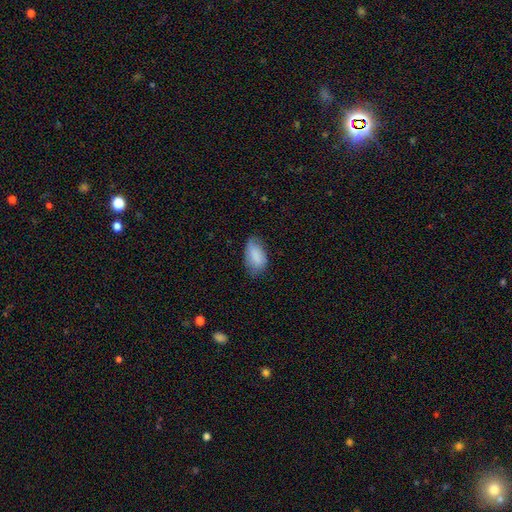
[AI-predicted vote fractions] Smooth or featured? smooth (83%)
How rounded? in between (93%)
Merging? none (61%)